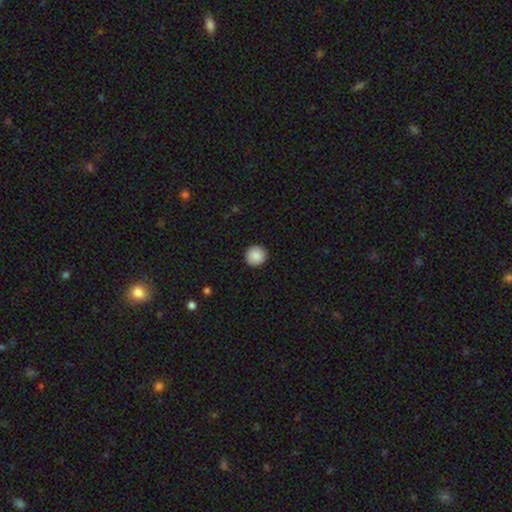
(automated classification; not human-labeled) Smooth or featured? smooth (88%)
How rounded? round (94%)
Merging? none (92%)